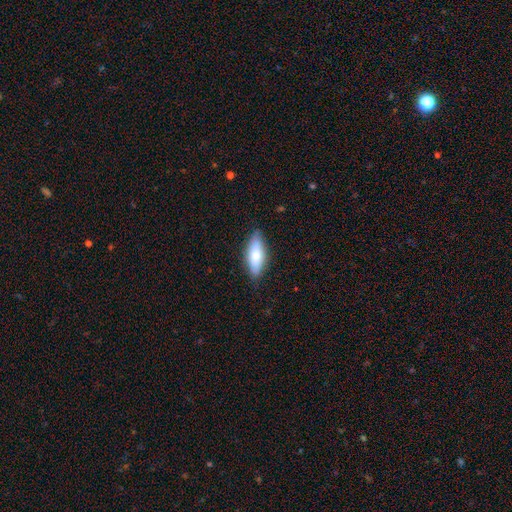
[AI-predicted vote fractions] This is likely a smooth galaxy (75%). How rounded: likely in between (63%). Merging: clearly none (84%).